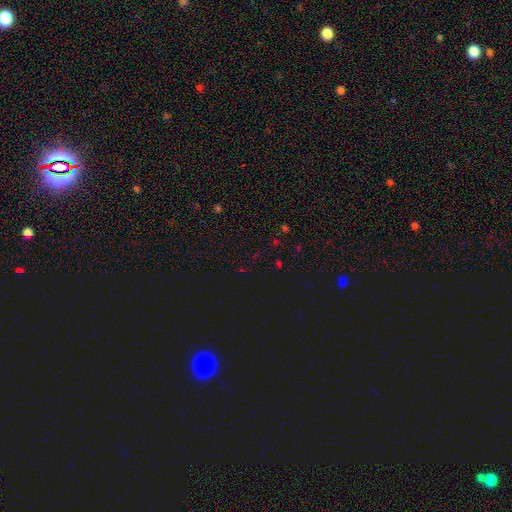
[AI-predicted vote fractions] A star or artifact, not a galaxy (67%).

Vote fractions:
- Smooth or featured? star or artifact: 67% / smooth: 26% / featured or disk: 7%